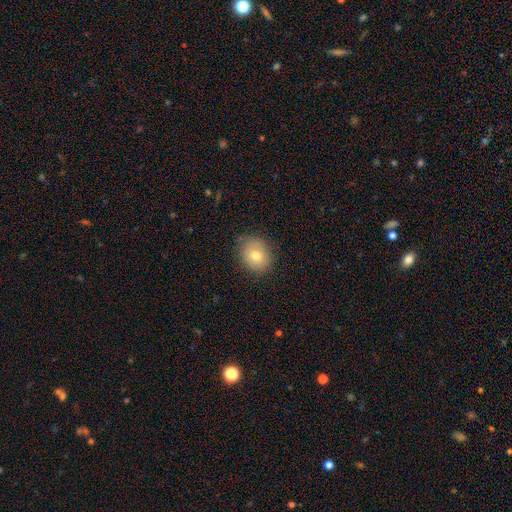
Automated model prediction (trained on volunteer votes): Smooth or featured? Predicted: smooth (p=0.74). How rounded? Predicted: round (p=0.66). Merging? Predicted: none (p=0.79).